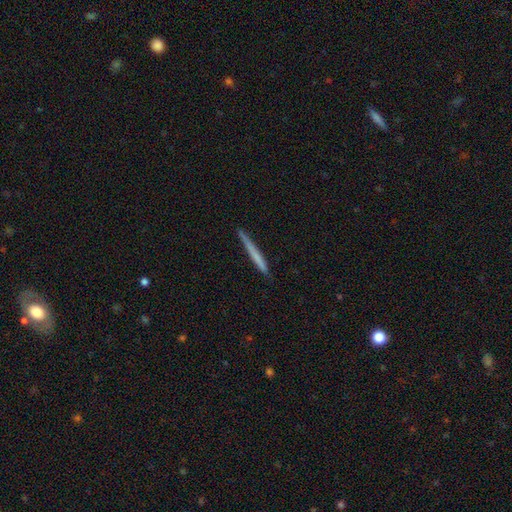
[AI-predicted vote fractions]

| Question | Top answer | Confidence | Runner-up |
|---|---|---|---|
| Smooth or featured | smooth | 59% | featured or disk (35%) |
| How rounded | cigar-shaped | 97% | in between (2%) |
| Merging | none | 88% | minor disturbance (9%) |